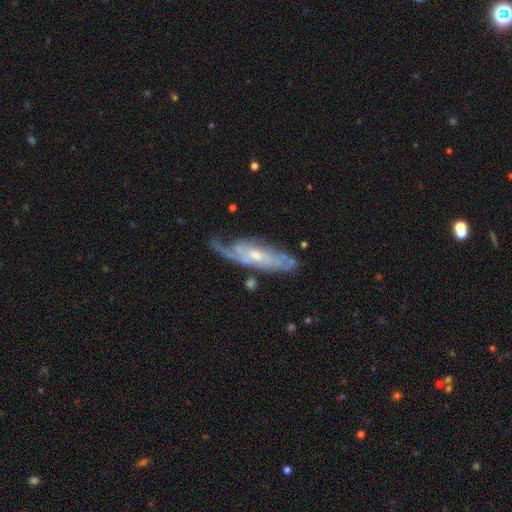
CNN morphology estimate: A featured or disk galaxy (80%) with no bar (61%), tight (50%) spiral arms (88%) and a moderate central bulge (47%). Merging: none (51%).